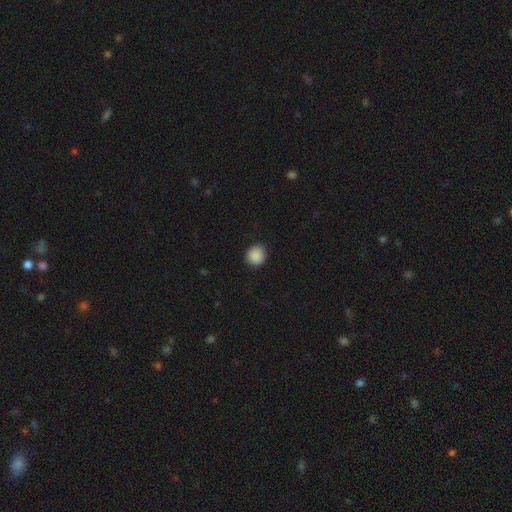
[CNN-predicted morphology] smooth-or-featured: smooth: 88% | star or artifact: 9% | featured or disk: 3%
  how-rounded: round: 84% | in between: 15% | cigar-shaped: 1%
  merging: none: 86% | minor disturbance: 10% | major disturbance: 2% | merger: 1%